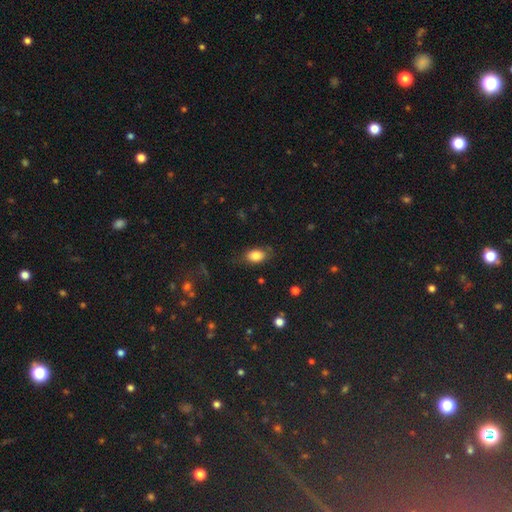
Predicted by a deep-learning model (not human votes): smooth 82%, featured or disk 9%, star or artifact 9%. Down the decision tree: how rounded — in between (86%); merging — none (72%).